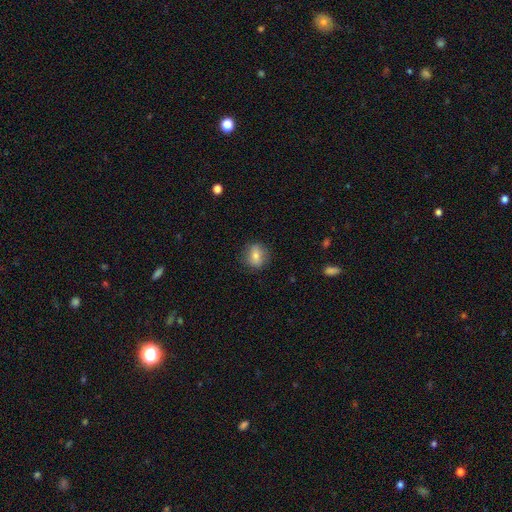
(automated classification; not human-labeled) The model was most divided on "how rounded": round: 64%, in between: 33%, cigar-shaped: 2%. More confident: merging — none (84%); smooth or featured — smooth (71%).